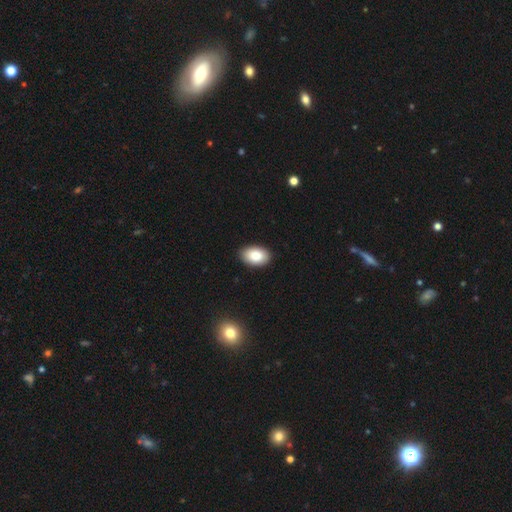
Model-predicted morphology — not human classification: This is clearly a smooth galaxy (87%). How rounded: clearly in between (91%). Merging: clearly none (89%).